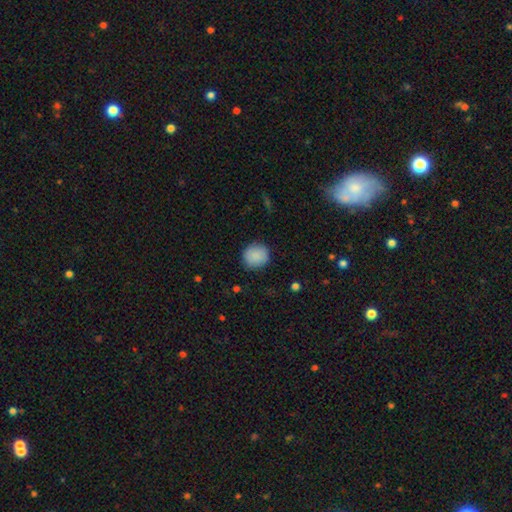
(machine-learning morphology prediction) type=smooth (88%); roundness=round (89%); merging=none (87%).